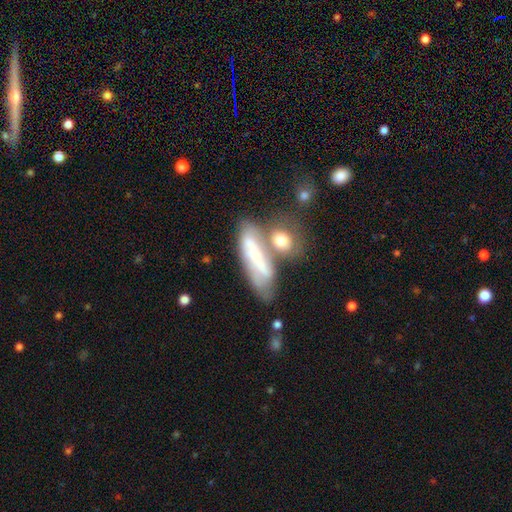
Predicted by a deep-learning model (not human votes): Smooth or featured? Predicted: featured or disk (p=0.52). Edge-on disk? Predicted: no (p=0.67). Merging? Predicted: none (p=0.40).